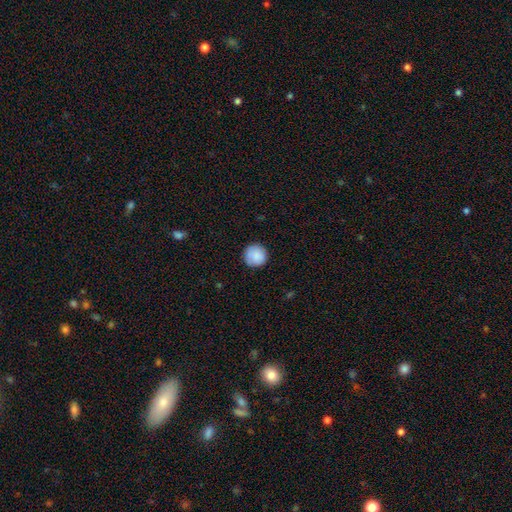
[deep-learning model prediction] A smooth galaxy with no disk features (87%) that is round (95%).

Vote fractions:
- Smooth or featured? smooth: 87% / star or artifact: 7% / featured or disk: 6%
- How rounded? round: 95% / in between: 4% / cigar-shaped: 1%
- Merging? none: 87% / minor disturbance: 10% / major disturbance: 2% / merger: 1%